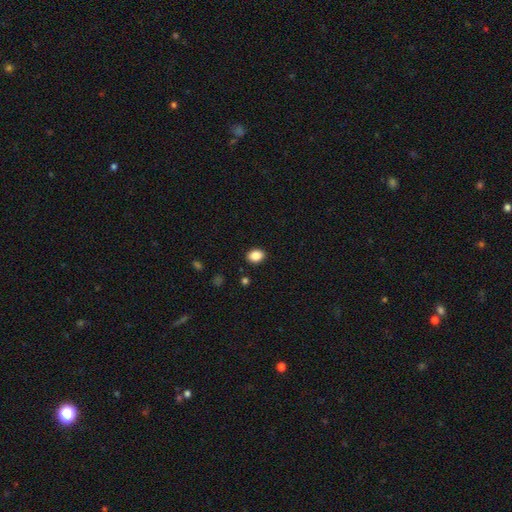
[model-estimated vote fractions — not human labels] Smooth or featured? smooth (86%)
How rounded? in between (63%)
Merging? none (90%)